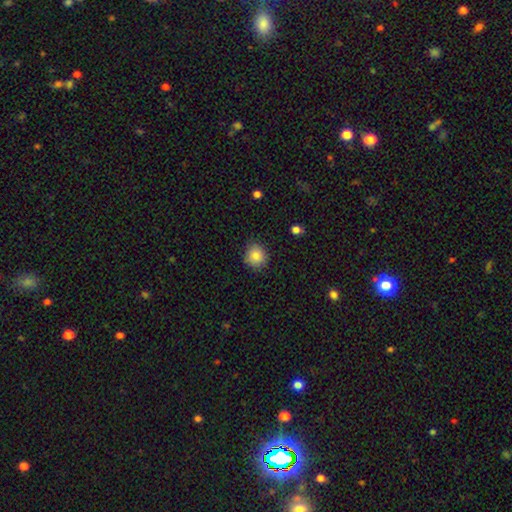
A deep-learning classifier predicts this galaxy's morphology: This is clearly a smooth galaxy (84%). How rounded: clearly round (88%). Merging: clearly none (84%).